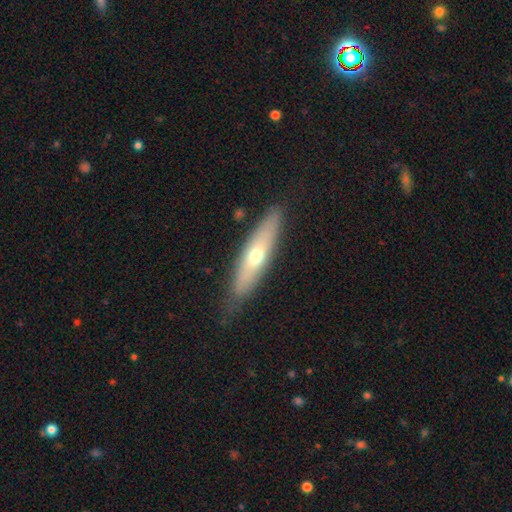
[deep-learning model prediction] smooth_or_featured: smooth (p=0.50) [alt: featured or disk p=0.43]
how_rounded: cigar-shaped (p=0.71) [alt: in between p=0.27]
merging: none (p=0.81) [alt: minor disturbance p=0.15]